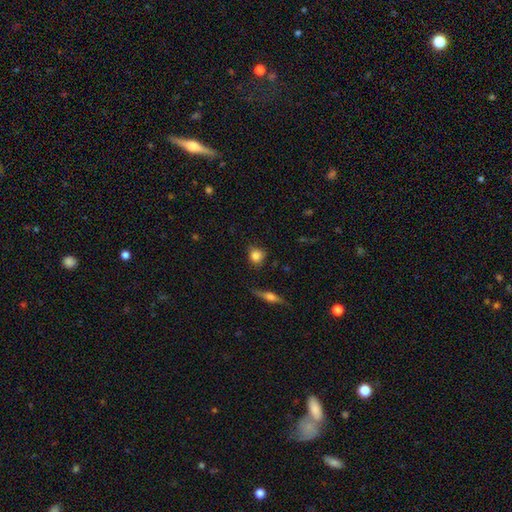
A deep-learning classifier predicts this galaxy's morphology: The model was most divided on "merging": none: 76%, minor disturbance: 17%, major disturbance: 4%, merger: 3%. More confident: smooth or featured — smooth (82%); how rounded — round (78%).